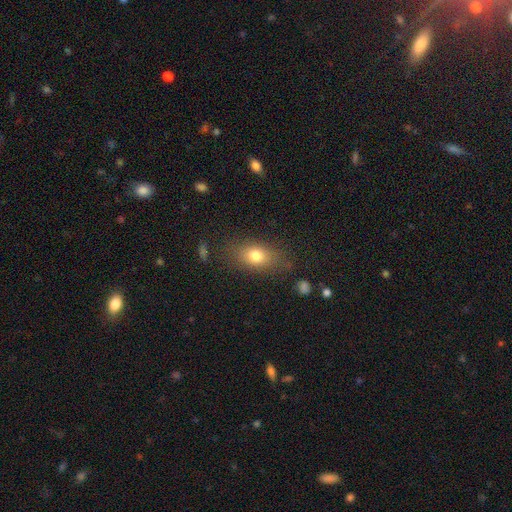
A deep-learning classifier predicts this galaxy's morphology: smooth_or_featured: smooth (p=0.77) [alt: featured or disk p=0.13]
how_rounded: in between (p=0.75) [alt: round p=0.20]
merging: none (p=0.75) [alt: minor disturbance p=0.16]